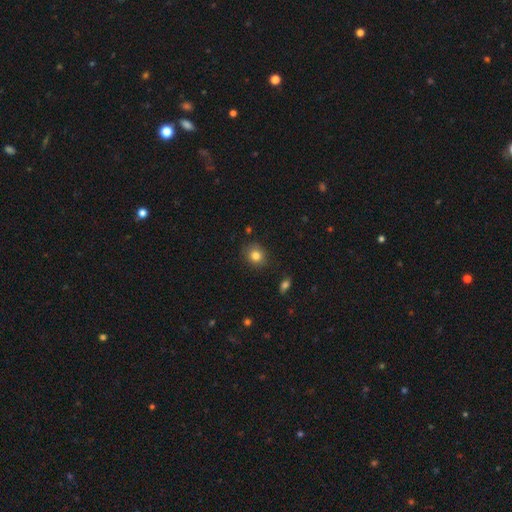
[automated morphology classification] smooth_or_featured: smooth (p=0.82) [alt: star or artifact p=0.11]
how_rounded: round (p=0.75) [alt: in between p=0.24]
merging: none (p=0.84) [alt: minor disturbance p=0.12]